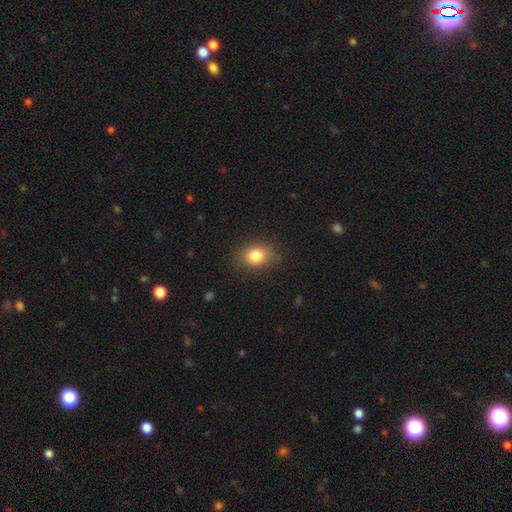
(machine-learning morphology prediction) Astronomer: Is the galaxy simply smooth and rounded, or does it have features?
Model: smooth — 83%.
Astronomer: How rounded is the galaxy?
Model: in between — 66%.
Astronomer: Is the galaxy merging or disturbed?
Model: none — 83%.